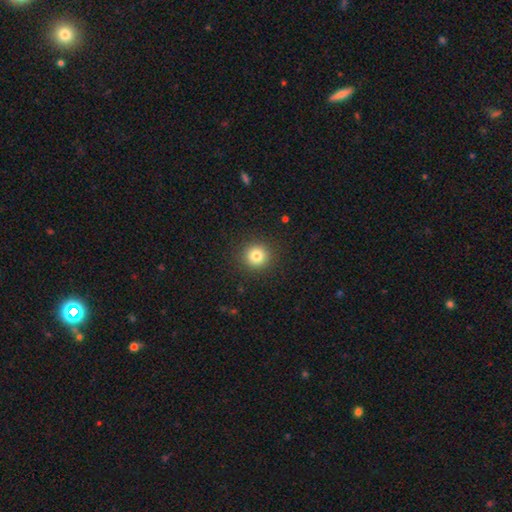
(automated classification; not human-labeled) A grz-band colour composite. It shows a smooth galaxy with no disk features (81%) that is round (94%). Merging: none (91%).